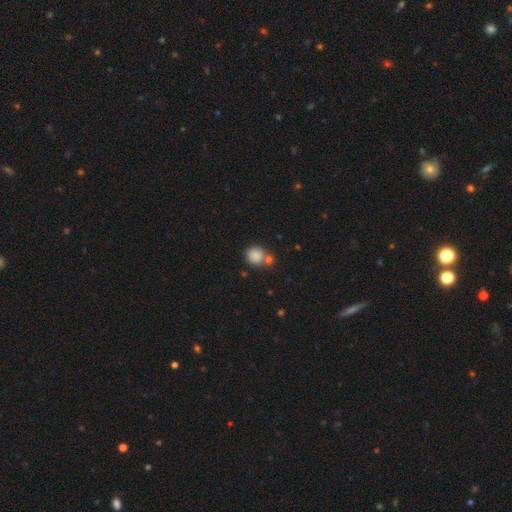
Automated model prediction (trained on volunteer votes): Smooth or featured? smooth (86%)
How rounded? round (84%)
Merging? none (57%)